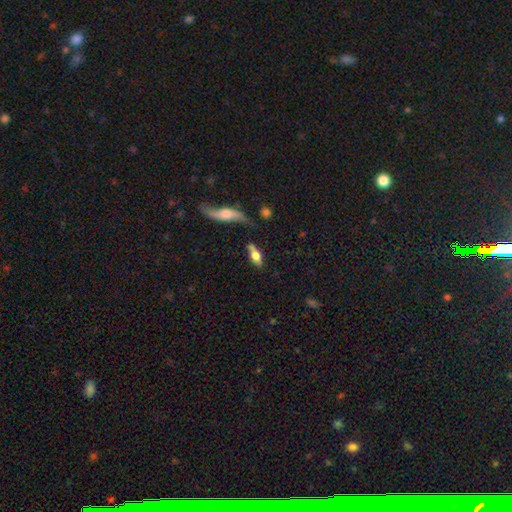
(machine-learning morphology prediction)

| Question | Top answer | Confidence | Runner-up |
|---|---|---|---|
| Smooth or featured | smooth | 52% | featured or disk (41%) |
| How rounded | in between | 67% | cigar-shaped (28%) |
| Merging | none | 63% | minor disturbance (19%) |